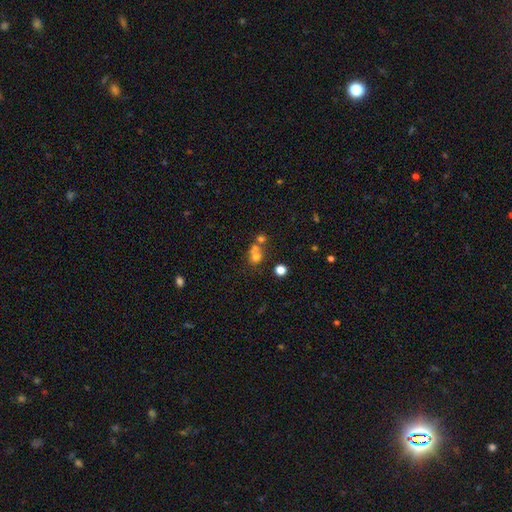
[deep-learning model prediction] This is likely a smooth galaxy (63%). How rounded: likely round (76%). Merging: possibly merger (47%).